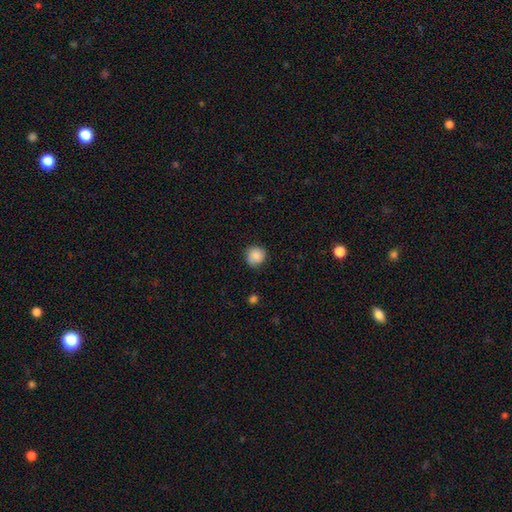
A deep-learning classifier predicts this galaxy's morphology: This appears to be a smooth galaxy with no disk features (86%) that is round (92%). Merging: none (82%).